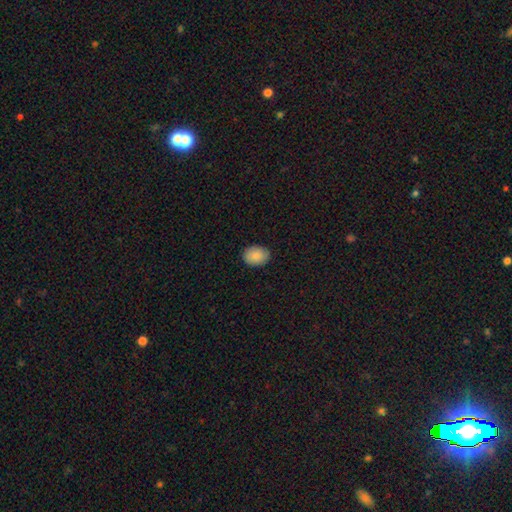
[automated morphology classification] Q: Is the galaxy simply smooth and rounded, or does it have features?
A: smooth — 84%.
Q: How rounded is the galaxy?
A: in between — 67%.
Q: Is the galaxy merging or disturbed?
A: none — 85%.